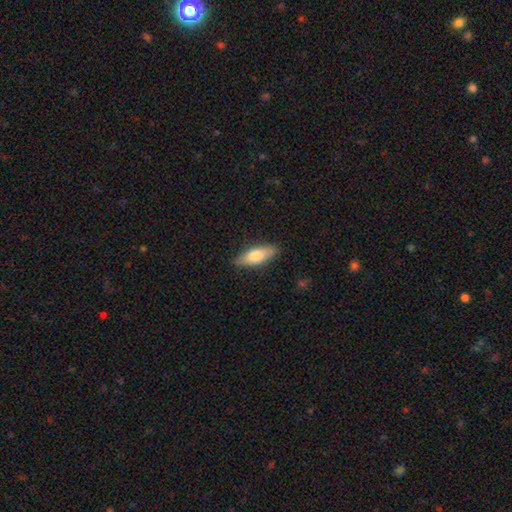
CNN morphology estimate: Q: Smooth or featured?
A: smooth (71%); runner-up: featured or disk (23%)
Q: How rounded?
A: in between (67%); runner-up: cigar-shaped (31%)
Q: Merging?
A: none (85%); runner-up: minor disturbance (12%)